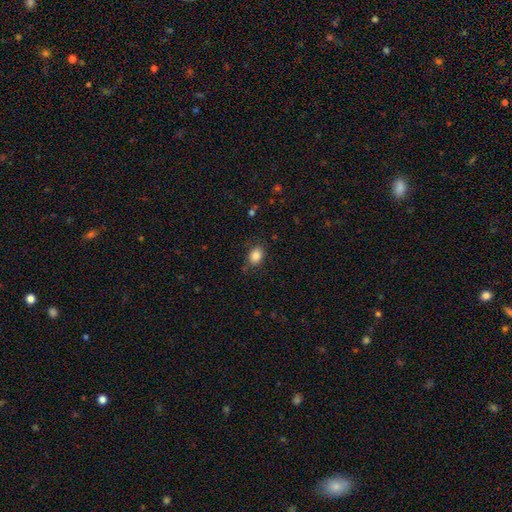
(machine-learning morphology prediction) A smooth galaxy with no disk features (86%) that is in between round and cigar-shaped (62%). Merging: none (79%).